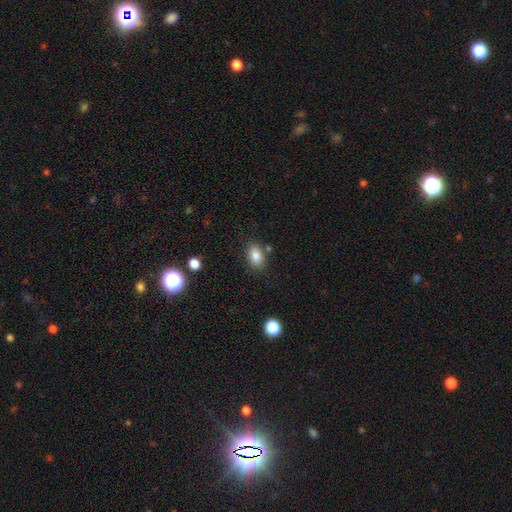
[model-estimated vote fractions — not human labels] This appears to be a smooth galaxy with no disk features (84%) that is in between round and cigar-shaped (83%). Merging: none (79%).